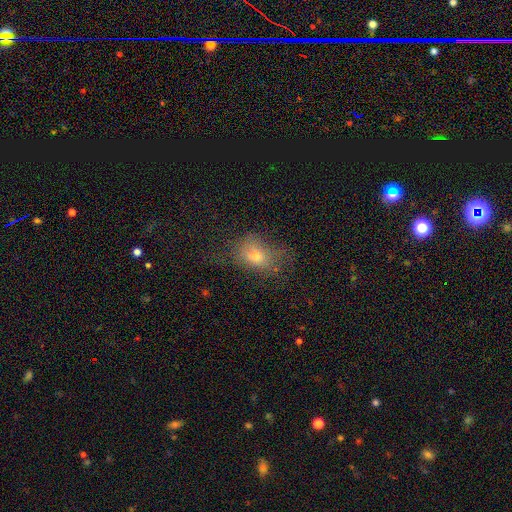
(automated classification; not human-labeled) Morphology: type=smooth (67%); roundness=in between (70%); merging=none (42%).